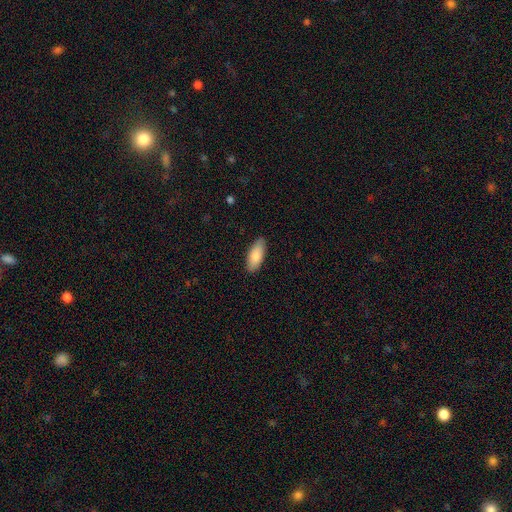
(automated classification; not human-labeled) The model was most divided on "how rounded": in between: 82%, cigar-shaped: 16%, round: 2%. More confident: merging — none (87%); smooth or featured — smooth (85%).